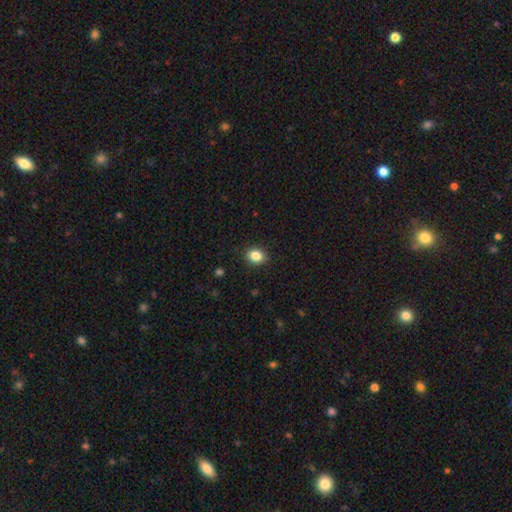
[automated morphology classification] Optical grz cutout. It shows a smooth galaxy with no disk features (85%) that is round (57%). Merging: none (90%).